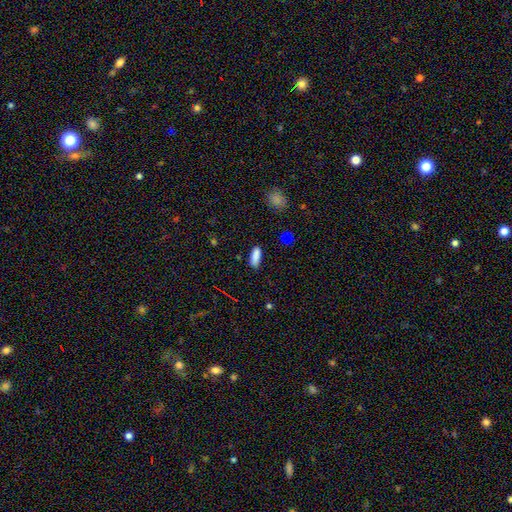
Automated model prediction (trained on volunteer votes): smooth_or_featured: smooth (p=0.87) [alt: star or artifact p=0.09]
how_rounded: in between (p=0.65) [alt: cigar-shaped p=0.33]
merging: none (p=0.83) [alt: minor disturbance p=0.12]